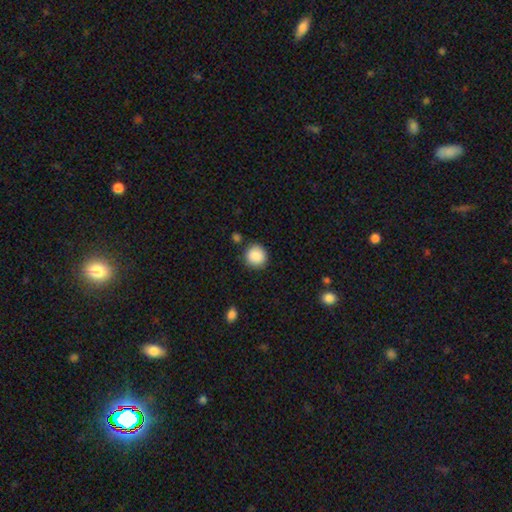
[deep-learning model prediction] Smooth or featured? smooth (89%)
How rounded? round (90%)
Merging? none (85%)